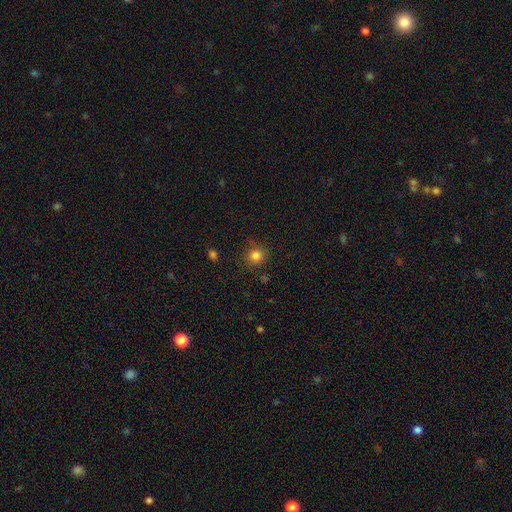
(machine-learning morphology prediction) This appears to be a smooth galaxy with no disk features (83%) that is round (88%). Merging: none (84%).